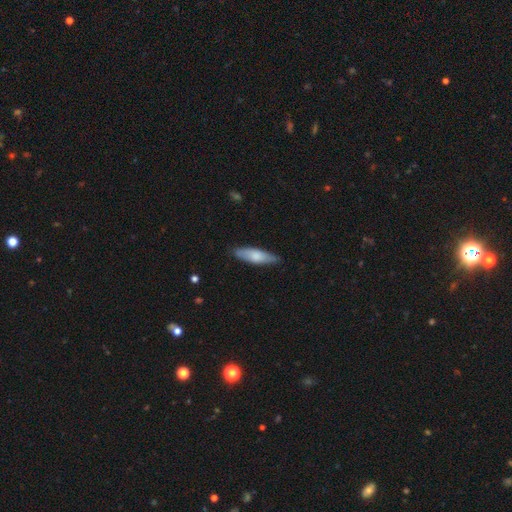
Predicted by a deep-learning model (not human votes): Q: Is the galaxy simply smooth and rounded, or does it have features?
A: smooth — 72%.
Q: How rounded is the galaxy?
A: cigar-shaped — 59%.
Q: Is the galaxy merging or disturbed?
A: none — 84%.